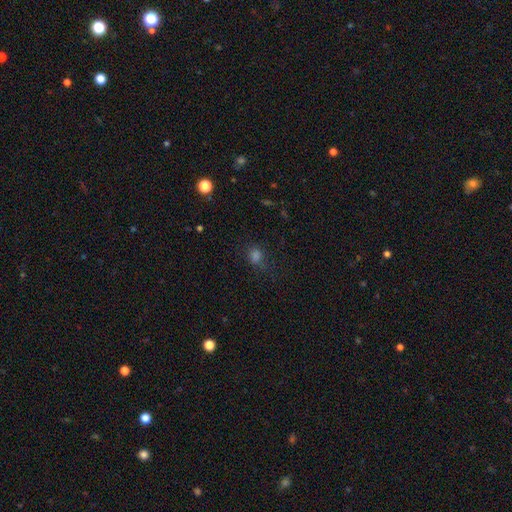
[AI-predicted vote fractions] Overall: smooth (65%; star or artifact 27%). How rounded: round (73%). Merging: none (65%).